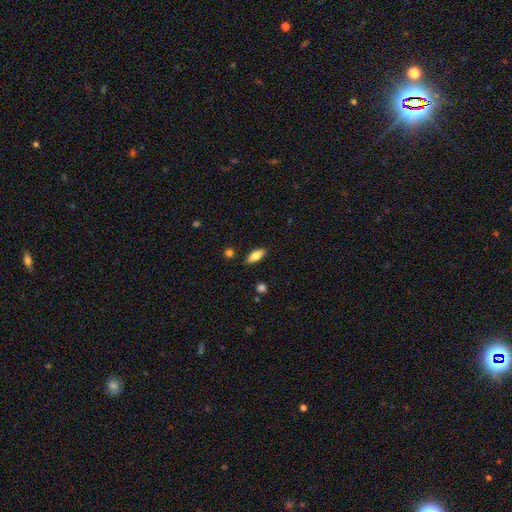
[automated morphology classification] A smooth galaxy with no disk features (75%) that is in between round and cigar-shaped (72%).

Vote fractions:
- Smooth or featured? smooth: 75% / featured or disk: 18% / star or artifact: 7%
- How rounded? in between: 72% / cigar-shaped: 26% / round: 3%
- Merging? none: 86% / minor disturbance: 10% / major disturbance: 2% / merger: 2%